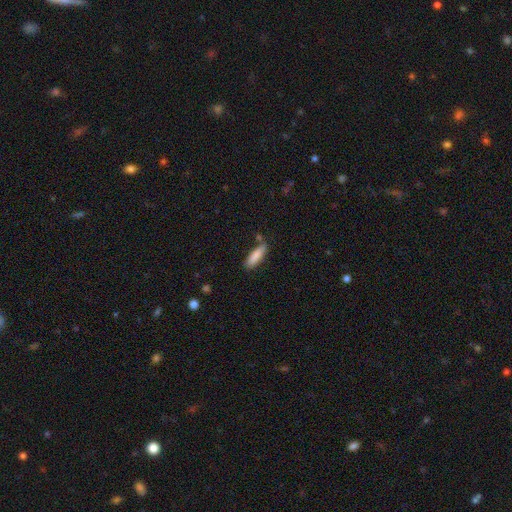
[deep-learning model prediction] Morphology: type=smooth (85%); roundness=cigar-shaped (59%); merging=none (76%).